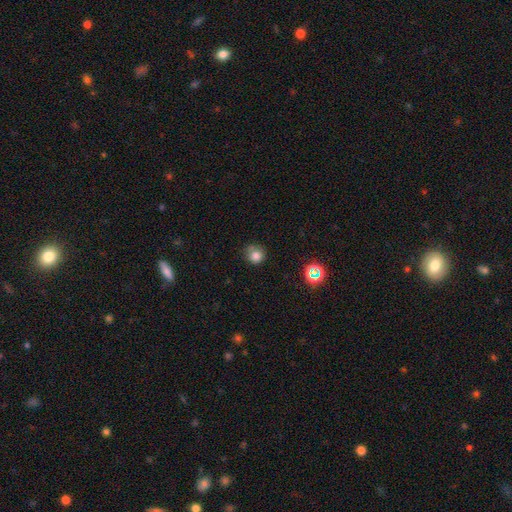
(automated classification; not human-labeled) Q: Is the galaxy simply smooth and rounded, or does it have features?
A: smooth — 78%.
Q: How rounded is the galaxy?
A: round — 87%.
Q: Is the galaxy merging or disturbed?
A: none — 65%.